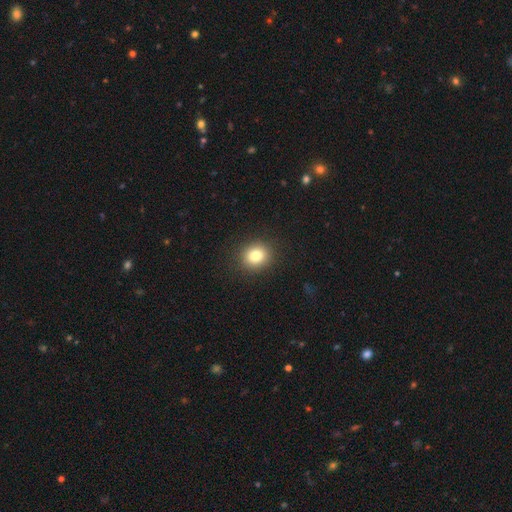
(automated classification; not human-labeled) smooth 82%, star or artifact 11%, featured or disk 7%. Down the decision tree: how rounded — round (72%); merging — none (90%).